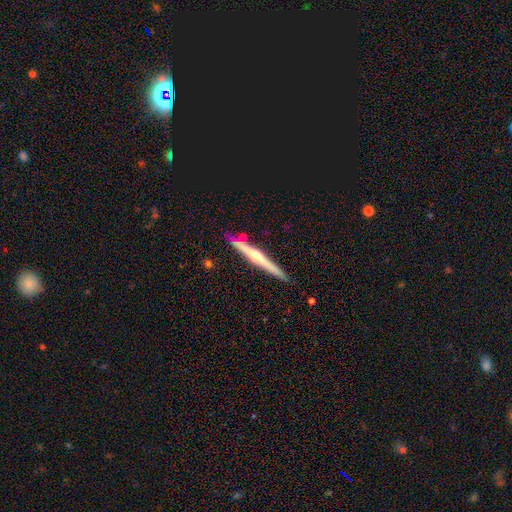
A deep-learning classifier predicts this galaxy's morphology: This appears to be a featured or disk galaxy (74%) viewed edge-on (98%) with a rounded central bulge (85%). Merging: none (87%).